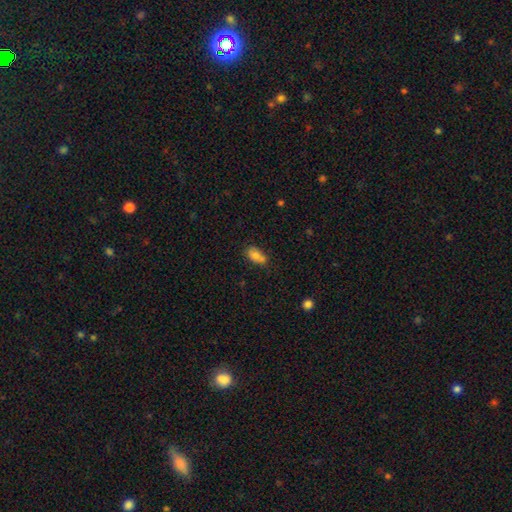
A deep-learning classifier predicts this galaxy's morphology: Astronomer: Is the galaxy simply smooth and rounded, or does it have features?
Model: smooth — 79%.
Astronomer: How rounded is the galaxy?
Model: in between — 87%.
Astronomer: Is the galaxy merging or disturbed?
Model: none — 53%.